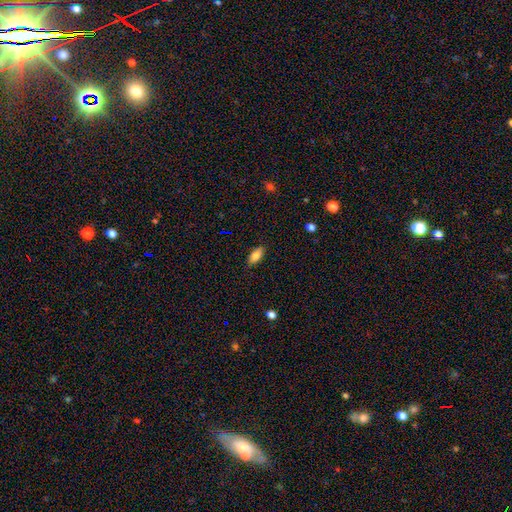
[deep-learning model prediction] smooth_or_featured: smooth (p=0.83) [alt: featured or disk p=0.09]
how_rounded: in between (p=0.89) [alt: cigar-shaped p=0.09]
merging: none (p=0.85) [alt: minor disturbance p=0.11]